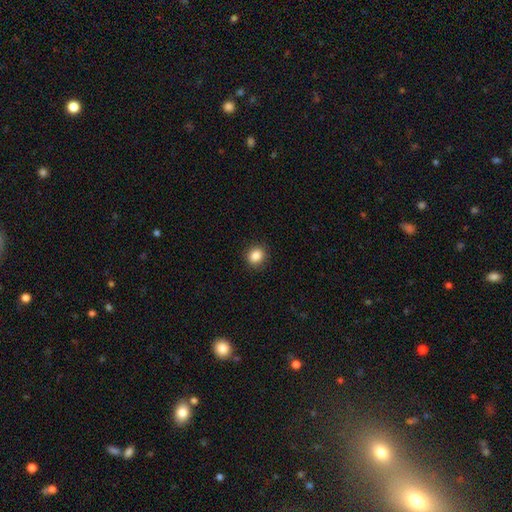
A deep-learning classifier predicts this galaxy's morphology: This appears to be a smooth galaxy with no disk features (86%) that is round (70%). Merging: none (90%).